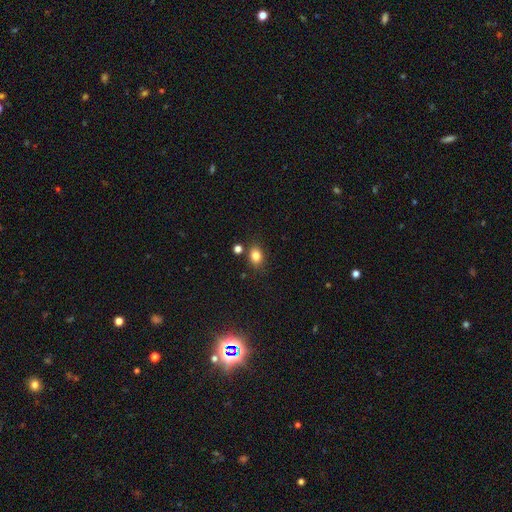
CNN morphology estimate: Q: Smooth or featured?
A: smooth (82%); runner-up: star or artifact (12%)
Q: How rounded?
A: in between (60%); runner-up: round (39%)
Q: Merging?
A: none (78%); runner-up: minor disturbance (12%)